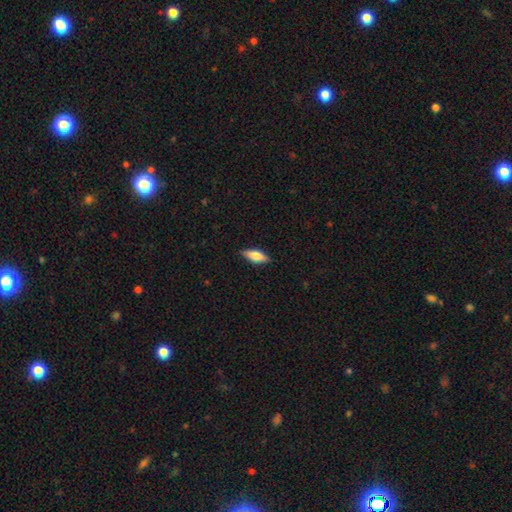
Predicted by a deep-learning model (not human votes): The model was most divided on "how rounded": in between: 69%, cigar-shaped: 28%, round: 3%. More confident: merging — none (87%); smooth or featured — smooth (68%).